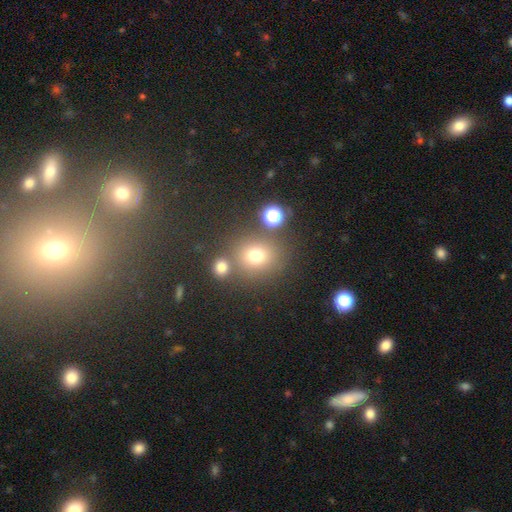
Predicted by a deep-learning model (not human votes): This appears to be a smooth galaxy with no disk features (71%) that is round (84%). Merging: none (72%).